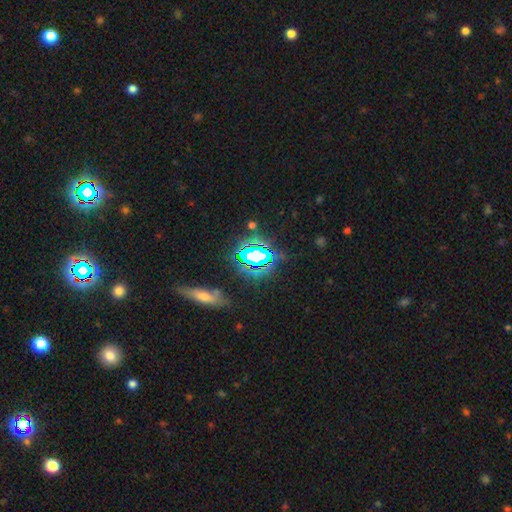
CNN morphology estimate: This is likely a star or artifact rather than a galaxy (68%).